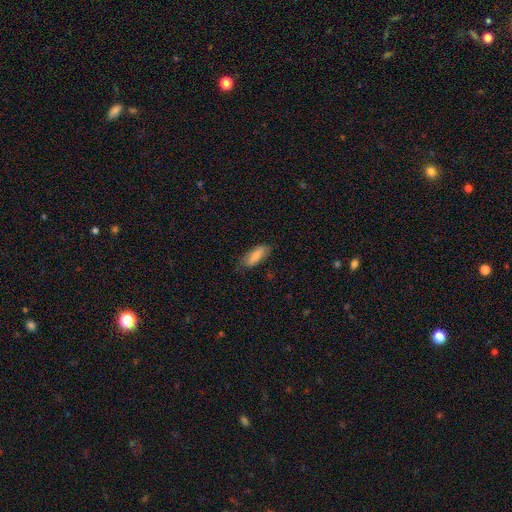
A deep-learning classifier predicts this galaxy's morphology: Smooth or featured?
  - smooth: 74% *
  - featured or disk: 20%
  - star or artifact: 7%
How rounded?
  - in between: 68% *
  - cigar-shaped: 30%
  - round: 2%
Merging?
  - none: 75% *
  - minor disturbance: 20%
  - major disturbance: 4%
  - merger: 1%